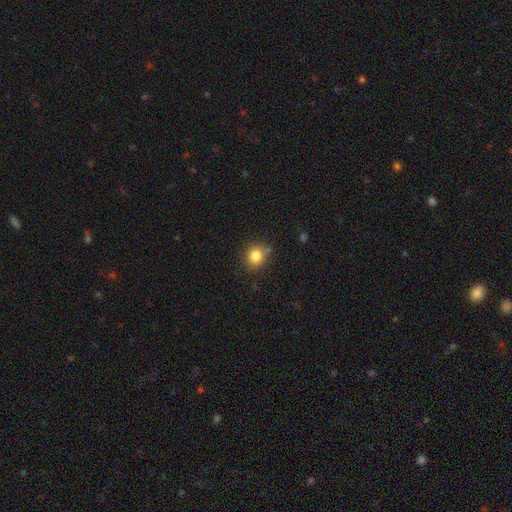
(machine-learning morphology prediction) Smooth or featured: smooth — 83% (star or artifact — 11%)
How rounded: round — 75% (in between — 24%)
Merging: none — 74% (minor disturbance — 15%)